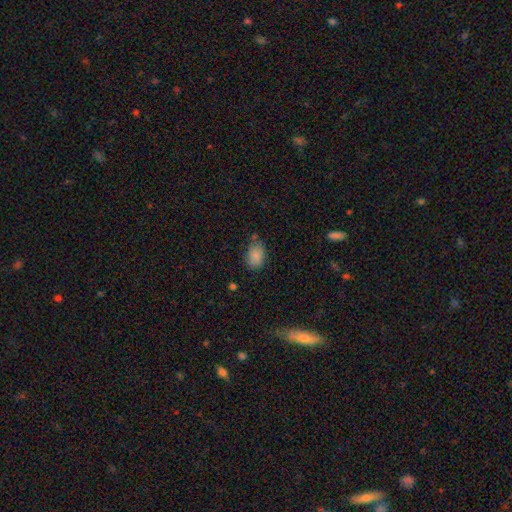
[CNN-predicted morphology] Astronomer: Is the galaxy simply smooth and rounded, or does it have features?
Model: smooth — 85%.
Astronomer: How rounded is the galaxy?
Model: in between — 75%.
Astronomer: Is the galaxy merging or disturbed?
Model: none — 69%.